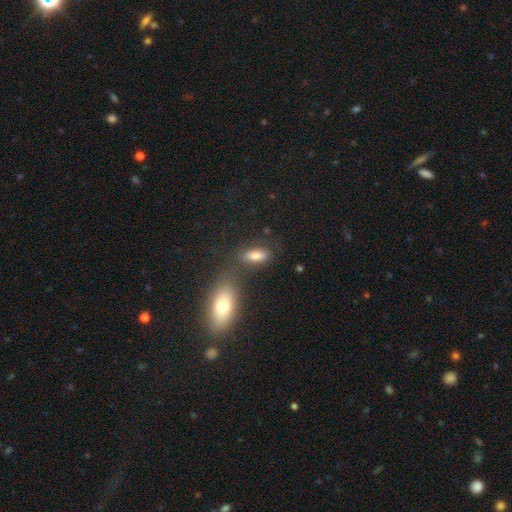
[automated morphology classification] Q: Smooth or featured?
A: smooth (79%); runner-up: featured or disk (11%)
Q: How rounded?
A: in between (79%); runner-up: cigar-shaped (16%)
Q: Merging?
A: none (62%); runner-up: merger (18%)